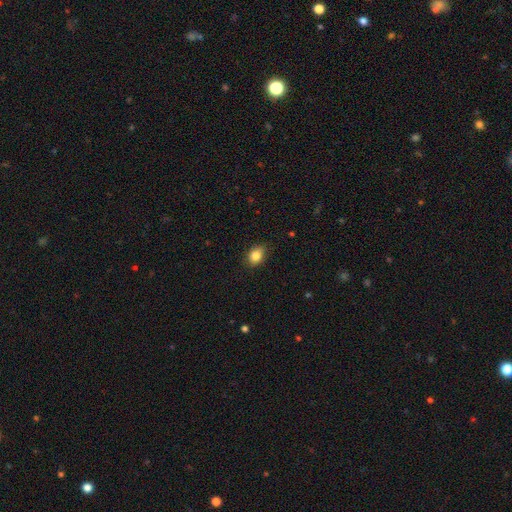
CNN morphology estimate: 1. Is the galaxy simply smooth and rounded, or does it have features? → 85% smooth, 9% star or artifact, 6% featured or disk.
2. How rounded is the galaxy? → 59% in between, 40% round, 1% cigar-shaped.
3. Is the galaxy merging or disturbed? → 83% none, 14% minor disturbance, 2% major disturbance, 1% merger.